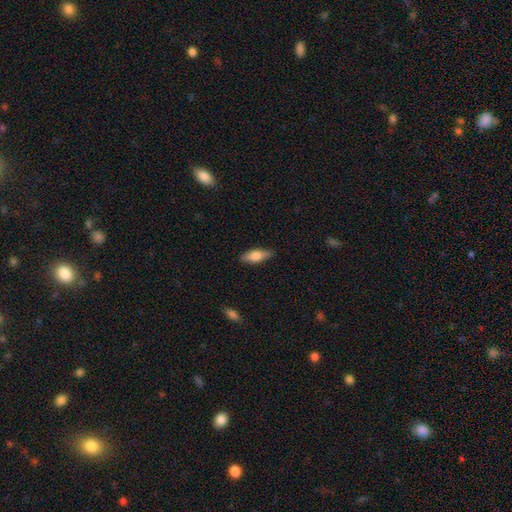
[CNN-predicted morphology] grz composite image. It shows a smooth galaxy with no disk features (71%) that is in between round and cigar-shaped (66%). Merging: none (86%).